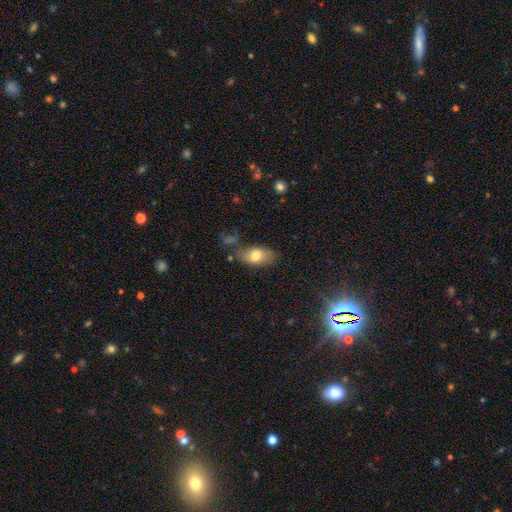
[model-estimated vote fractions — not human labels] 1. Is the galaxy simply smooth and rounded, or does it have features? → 75% smooth, 17% featured or disk, 8% star or artifact.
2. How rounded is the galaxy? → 90% in between, 7% round, 3% cigar-shaped.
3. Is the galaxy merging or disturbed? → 66% none, 21% minor disturbance, 6% merger, 6% major disturbance.